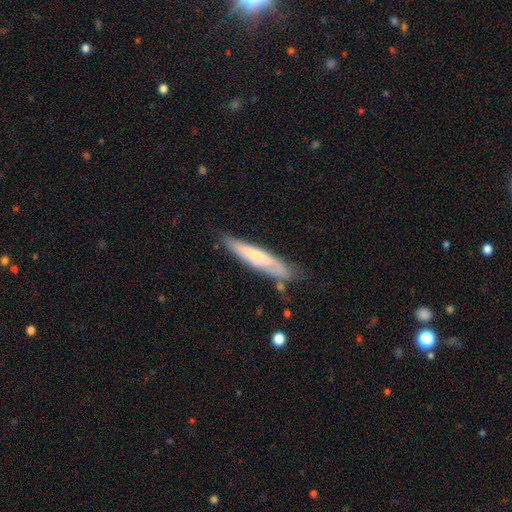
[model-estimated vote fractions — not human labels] smooth_or_featured: smooth (p=0.53) [alt: featured or disk p=0.41]
how_rounded: cigar-shaped (p=0.86) [alt: in between p=0.13]
merging: none (p=0.68) [alt: minor disturbance p=0.23]